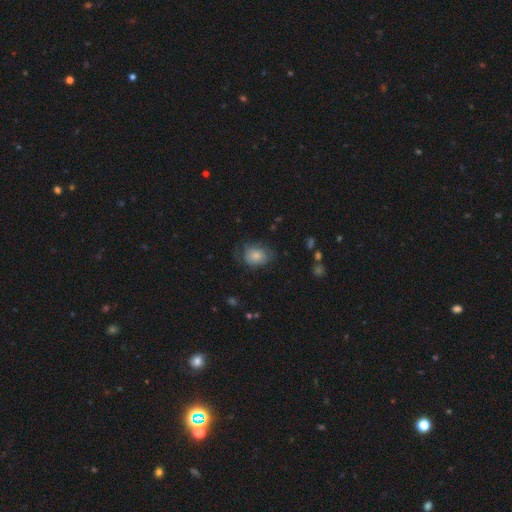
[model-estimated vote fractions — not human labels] This appears to be a smooth galaxy with no disk features (75%) that is in between round and cigar-shaped (61%). Merging: none (57%).